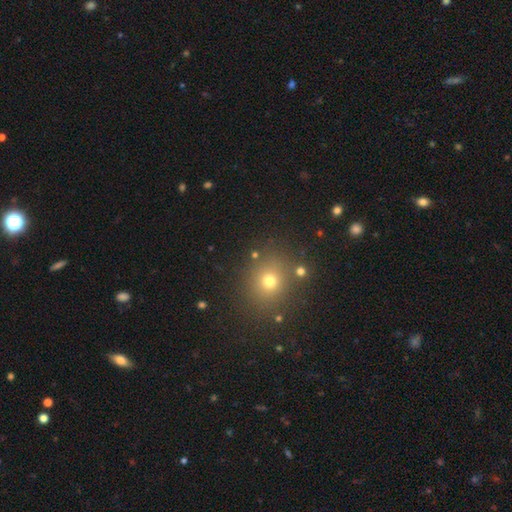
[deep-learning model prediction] Smooth or featured? smooth (65%)
How rounded? round (82%)
Merging? none (85%)